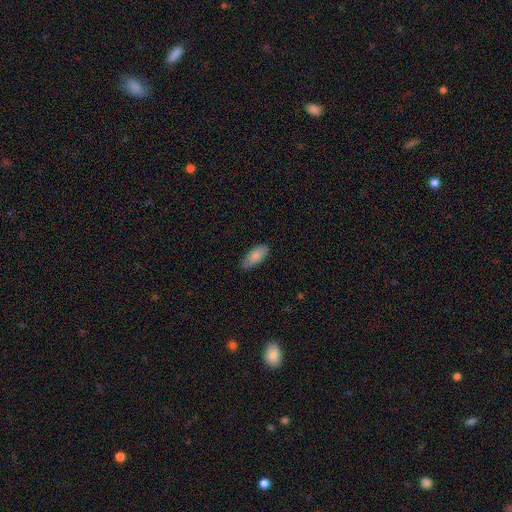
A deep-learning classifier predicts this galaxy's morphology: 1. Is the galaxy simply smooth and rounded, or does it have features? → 84% smooth, 10% featured or disk, 6% star or artifact.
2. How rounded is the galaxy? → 86% in between, 13% cigar-shaped, 2% round.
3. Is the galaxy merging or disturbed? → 79% none, 17% minor disturbance, 3% major disturbance, 1% merger.